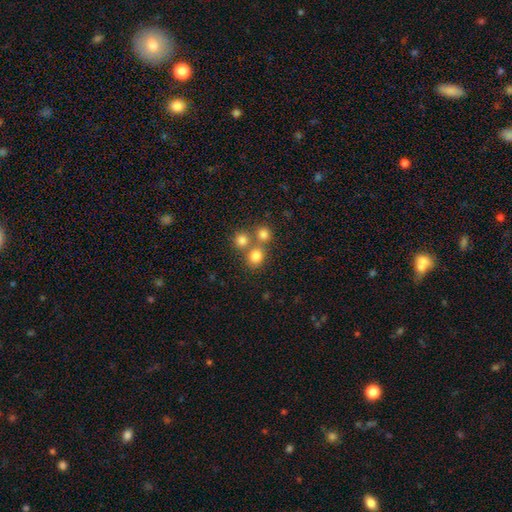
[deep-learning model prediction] Smooth or featured? smooth (78%)
How rounded? round (83%)
Merging? none (58%)